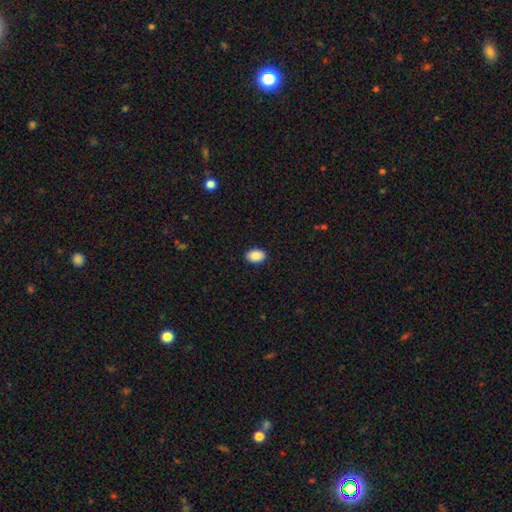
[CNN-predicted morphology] Smooth or featured: smooth — 89% (star or artifact — 7%)
How rounded: in between — 86% (round — 13%)
Merging: none — 90% (minor disturbance — 7%)